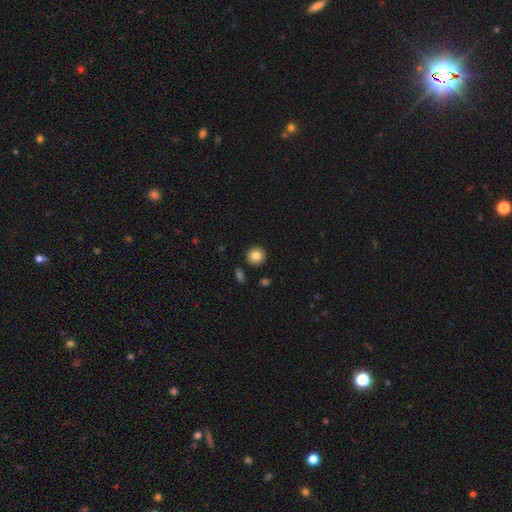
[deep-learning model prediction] Overall: smooth (84%). How rounded: round (94%). Merging: none (91%).